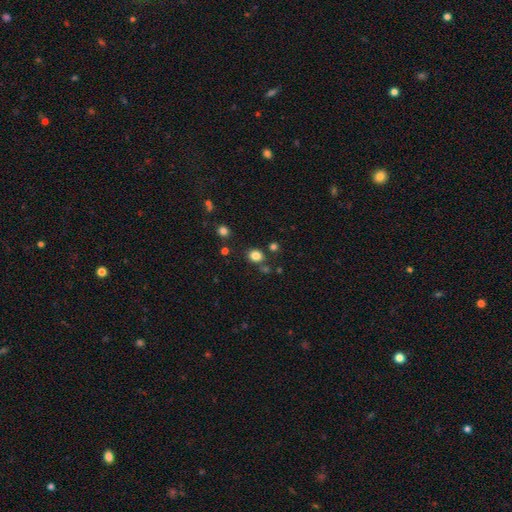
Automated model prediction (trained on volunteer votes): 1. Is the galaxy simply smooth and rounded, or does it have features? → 82% smooth, 13% star or artifact, 5% featured or disk.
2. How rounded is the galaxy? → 67% round, 32% in between, 1% cigar-shaped.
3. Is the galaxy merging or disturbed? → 79% none, 10% minor disturbance, 7% merger, 3% major disturbance.